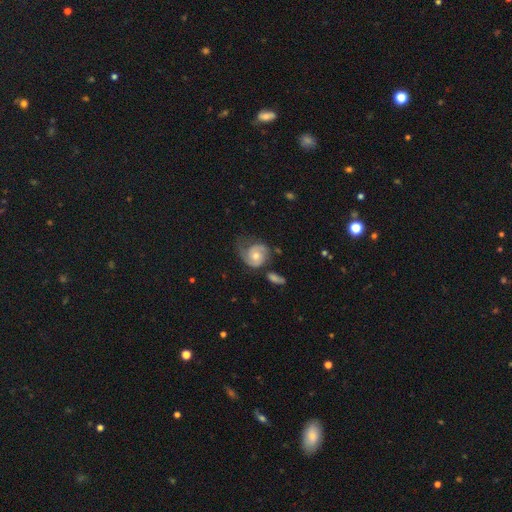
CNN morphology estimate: Smooth or featured: featured or disk — 74% (smooth — 20%)
Edge-on disk: no — 97% (yes — 3%)
Bar: no — 75% (weak — 21%)
Spiral arms: yes — 92% (no — 8%)
Spiral winding: tight — 46% (medium — 37%)
Spiral arm count: 2 — 55% (1 — 30%)
Bulge size: moderate — 61% (small — 33%)
Merging: none — 46% (minor disturbance — 27%)